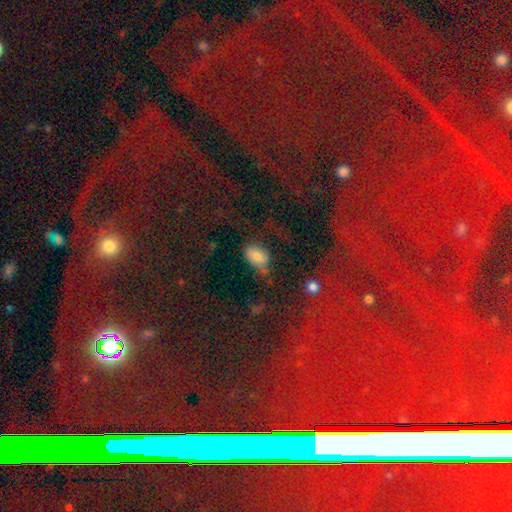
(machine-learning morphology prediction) A smooth galaxy with no disk features (69%) that is in between round and cigar-shaped (83%).

Vote fractions:
- Smooth or featured? smooth: 69% / star or artifact: 18% / featured or disk: 13%
- How rounded? in between: 83% / round: 15% / cigar-shaped: 3%
- Merging? none: 55% / minor disturbance: 23% / major disturbance: 15% / merger: 7%